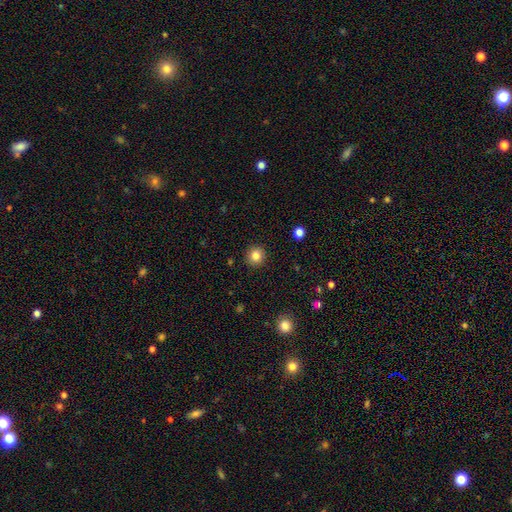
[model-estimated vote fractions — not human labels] A smooth galaxy with no disk features (83%) that is round (92%). Merging: none (92%).